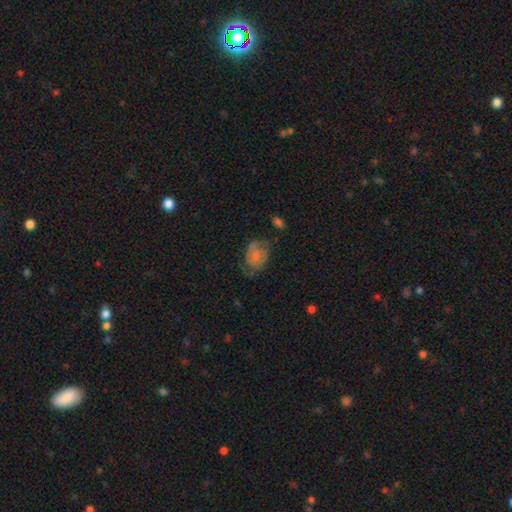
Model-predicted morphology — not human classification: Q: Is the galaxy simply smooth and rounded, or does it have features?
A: smooth — 54%.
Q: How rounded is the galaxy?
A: in between — 69%.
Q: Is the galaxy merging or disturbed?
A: none — 45%.